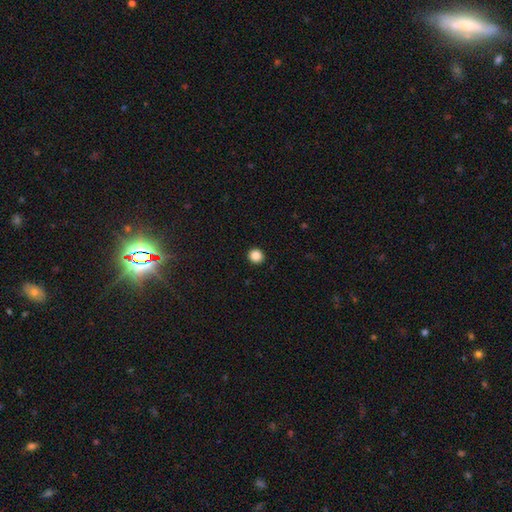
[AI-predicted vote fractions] Smooth or featured: smooth — 86% (star or artifact — 11%)
How rounded: round — 93% (in between — 6%)
Merging: none — 94% (minor disturbance — 4%)